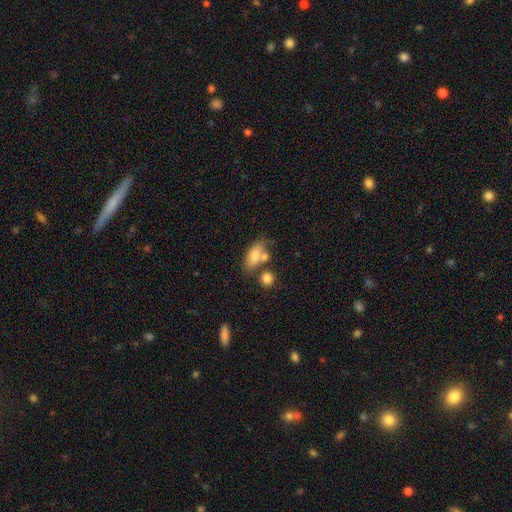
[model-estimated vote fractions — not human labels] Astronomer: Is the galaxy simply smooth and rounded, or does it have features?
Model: smooth — 78%.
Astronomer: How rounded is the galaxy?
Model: in between — 84%.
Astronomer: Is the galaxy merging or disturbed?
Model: none — 46% (runner-up: merger, 27%).